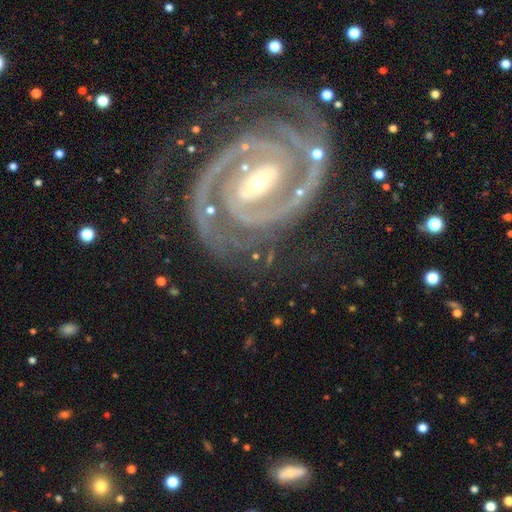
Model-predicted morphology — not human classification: Smooth or featured?
  - featured or disk: 89% *
  - star or artifact: 6%
  - smooth: 5%
Edge-on disk?
  - no: 97% *
  - yes: 3%
Bar?
  - strong: 47% *
  - weak: 34%
  - no: 19%
Spiral arms?
  - yes: 97% *
  - no: 3%
Spiral winding?
  - tight: 64% *
  - medium: 30%
  - loose: 6%
Spiral arm count?
  - 2: 75% *
  - 3: 8%
  - can't tell: 7%
  - 4: 3%
  - 1: 3%
  - more than 4: 3%
Bulge size?
  - moderate: 54% *
  - small: 39%
  - large: 4%
  - none: 1%
  - dominant: 1%
Merging?
  - none: 71% *
  - minor disturbance: 16%
  - major disturbance: 9%
  - merger: 4%